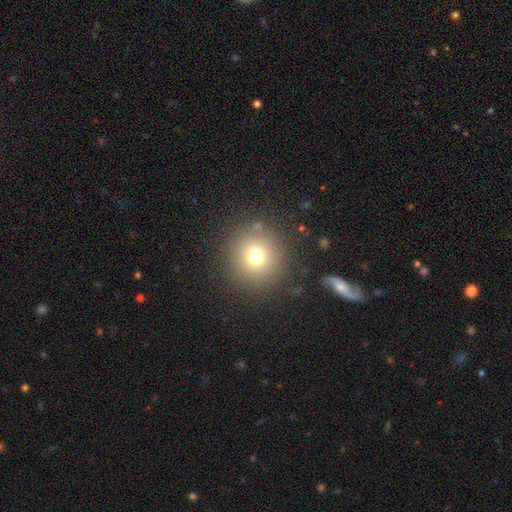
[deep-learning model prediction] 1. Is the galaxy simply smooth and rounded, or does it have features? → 73% smooth, 16% star or artifact, 11% featured or disk.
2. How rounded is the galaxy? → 95% round, 4% in between, 1% cigar-shaped.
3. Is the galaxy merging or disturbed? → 87% none, 7% minor disturbance, 4% major disturbance, 2% merger.